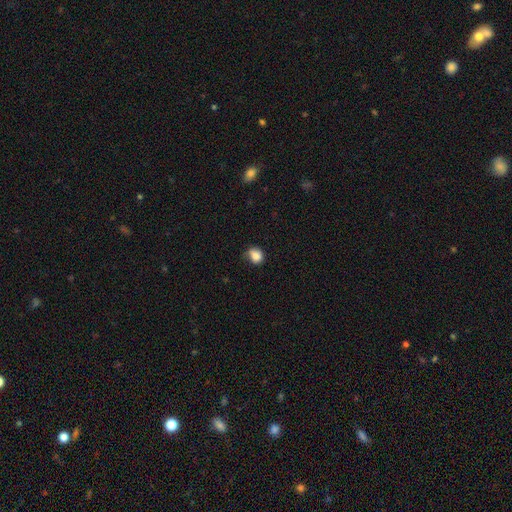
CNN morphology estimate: Smooth or featured: smooth — 86% (star or artifact — 9%)
How rounded: round — 63% (in between — 36%)
Merging: none — 57% (minor disturbance — 32%)